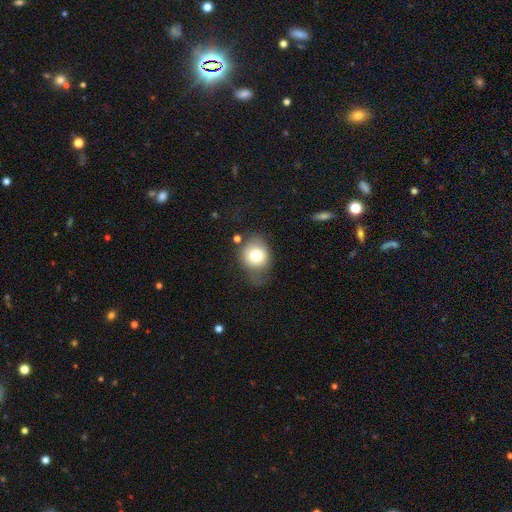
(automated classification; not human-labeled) smooth-or-featured: smooth: 72% | featured or disk: 17% | star or artifact: 10%
  how-rounded: round: 71% | in between: 28% | cigar-shaped: 1%
  merging: none: 52% | minor disturbance: 28% | major disturbance: 15% | merger: 4%